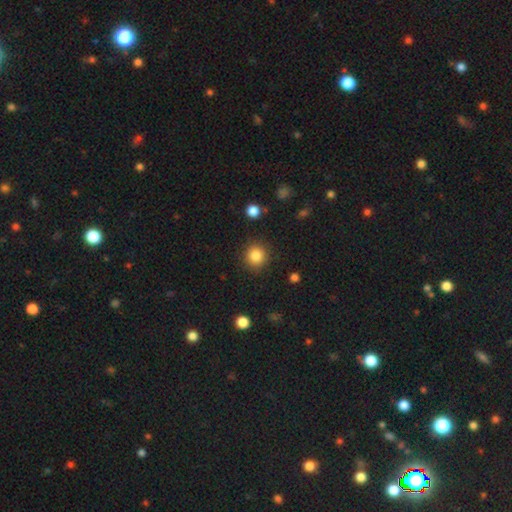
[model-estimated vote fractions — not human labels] The model was most divided on "smooth or featured": smooth: 85%, star or artifact: 10%, featured or disk: 5%. More confident: how rounded — round (93%); merging — none (90%).